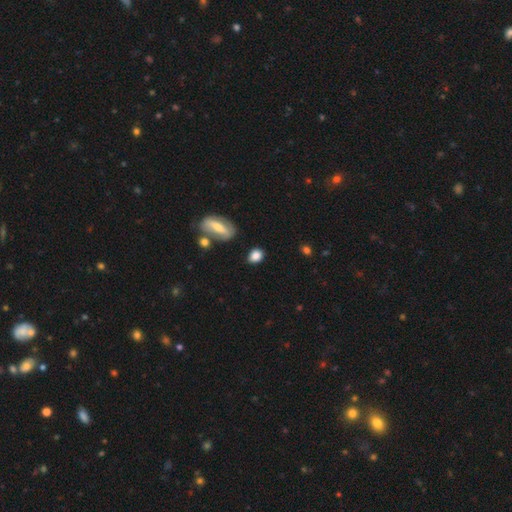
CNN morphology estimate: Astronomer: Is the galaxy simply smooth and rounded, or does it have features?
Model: smooth — 83%.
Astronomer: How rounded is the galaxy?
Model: in between — 60% (runner-up: round, 37%).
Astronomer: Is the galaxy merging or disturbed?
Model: none — 75%.